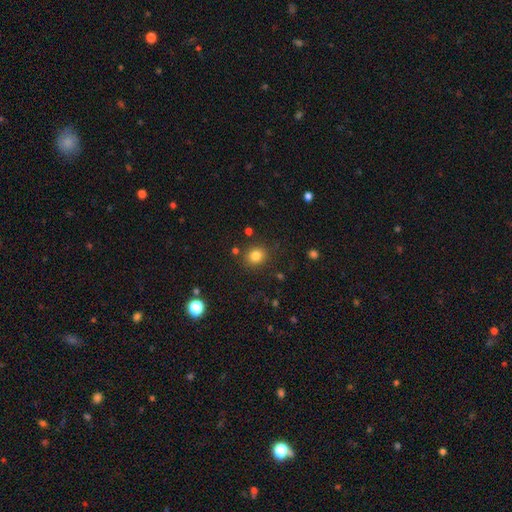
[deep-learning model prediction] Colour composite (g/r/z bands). It shows a smooth galaxy with no disk features (81%) that is round (75%). Merging: none (85%).